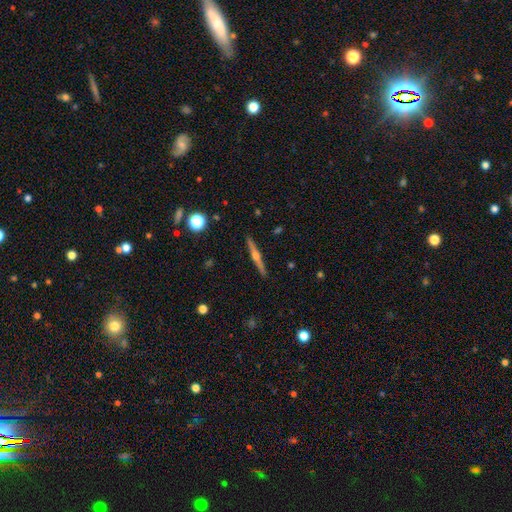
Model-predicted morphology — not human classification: This appears to be a featured or disk galaxy (75%) viewed edge-on (98%) with a rounded central bulge (92%). Merging: none (92%).